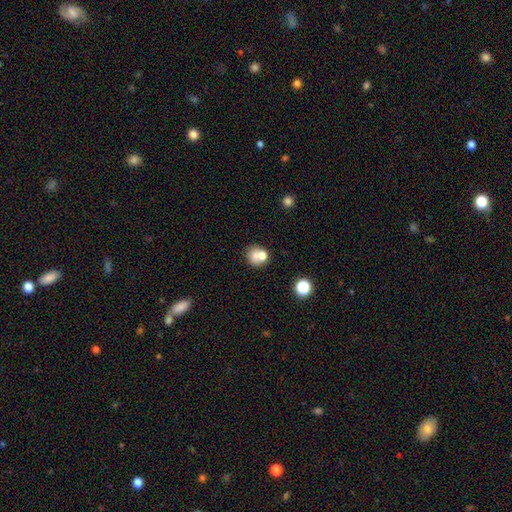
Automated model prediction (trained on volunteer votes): Smooth or featured? Predicted: smooth (p=0.70). How rounded? Predicted: round (p=0.79). Merging? Predicted: none (p=0.51).